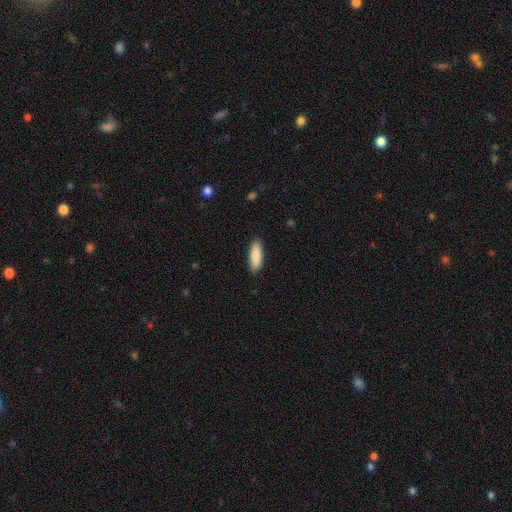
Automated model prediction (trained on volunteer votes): Smooth or featured? smooth (87%)
How rounded? in between (55%)
Merging? none (89%)